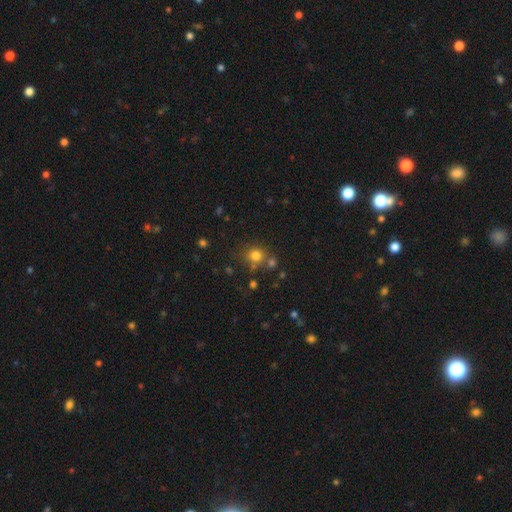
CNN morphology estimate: Overall: smooth (76%). How rounded: round (86%). Merging: none (69%).